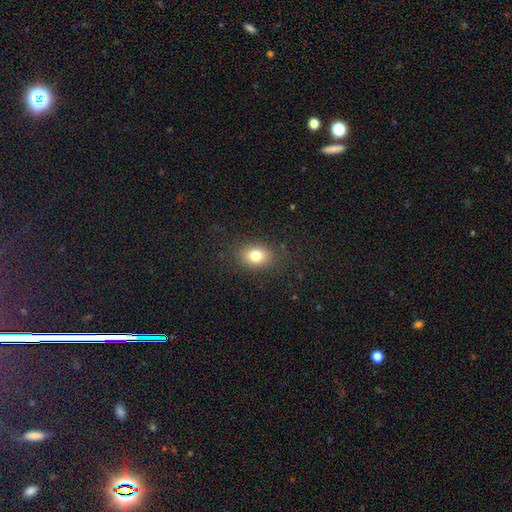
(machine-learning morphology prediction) This appears to be a smooth galaxy with no disk features (79%) that is in between round and cigar-shaped (59%). Merging: none (85%).